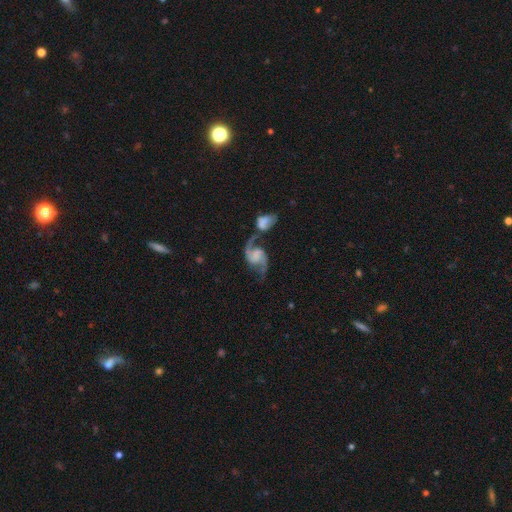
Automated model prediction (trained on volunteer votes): Smooth or featured: featured or disk — 87% (smooth — 8%)
Edge-on disk: no — 98% (yes — 2%)
Bar: no — 46% (weak — 40%)
Spiral arms: yes — 96% (no — 4%)
Spiral winding: loose — 58% (medium — 34%)
Spiral arm count: 2 — 93% (1 — 2%)
Bulge size: none — 52% (small — 21%)
Merging: merger — 38% (none — 37%)